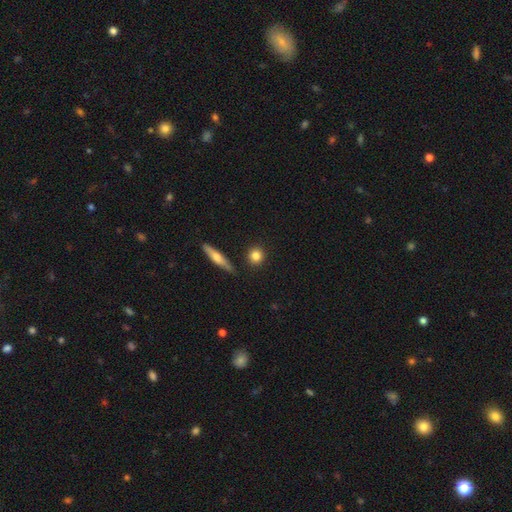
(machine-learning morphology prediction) A smooth galaxy with no disk features (82%) that is round (87%).

Vote fractions:
- Smooth or featured? smooth: 82% / featured or disk: 9% / star or artifact: 9%
- How rounded? round: 87% / in between: 9% / cigar-shaped: 3%
- Merging? none: 89% / minor disturbance: 7% / merger: 3% / major disturbance: 2%